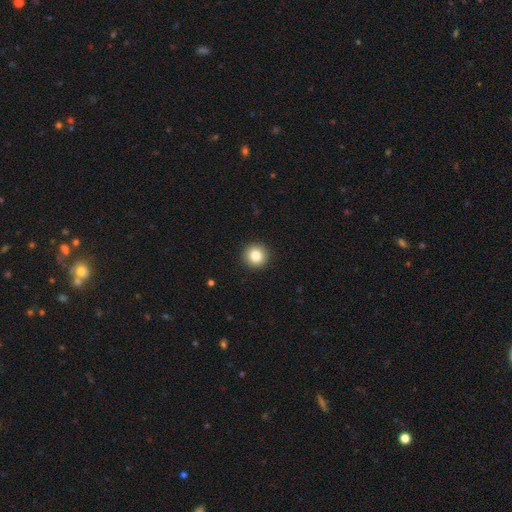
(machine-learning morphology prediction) The model was most divided on "smooth or featured": smooth: 83%, star or artifact: 10%, featured or disk: 7%. More confident: how rounded — round (96%); merging — none (93%).